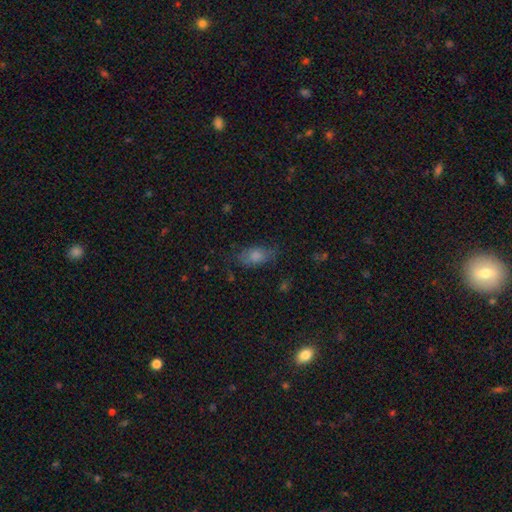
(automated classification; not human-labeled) Q: Smooth or featured?
A: smooth (74%); runner-up: featured or disk (15%)
Q: How rounded?
A: in between (86%); runner-up: cigar-shaped (7%)
Q: Merging?
A: none (66%); runner-up: minor disturbance (23%)